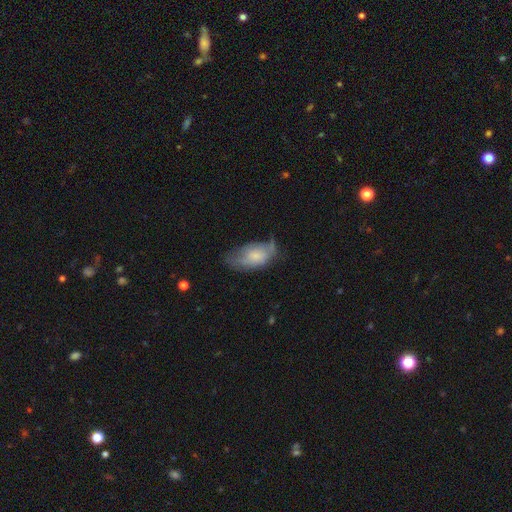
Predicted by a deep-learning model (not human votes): A smooth galaxy with no disk features (61%) that is in between round and cigar-shaped (92%).

Vote fractions:
- Smooth or featured? smooth: 61% / featured or disk: 32% / star or artifact: 7%
- How rounded? in between: 92% / round: 4% / cigar-shaped: 4%
- Merging? none: 40% / minor disturbance: 36% / major disturbance: 20% / merger: 3%